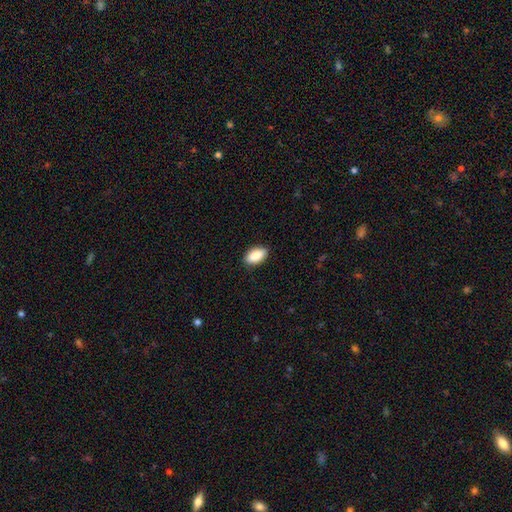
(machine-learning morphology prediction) Smooth or featured: smooth — 87% (star or artifact — 7%)
How rounded: in between — 93% (round — 4%)
Merging: none — 89% (minor disturbance — 8%)